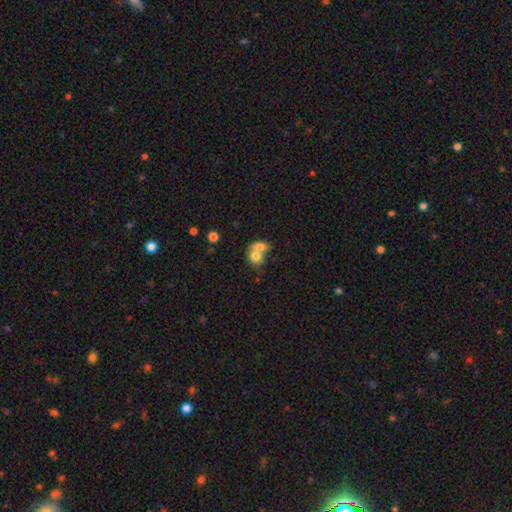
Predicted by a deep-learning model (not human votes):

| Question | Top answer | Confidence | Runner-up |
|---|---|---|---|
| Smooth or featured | smooth | 74% | featured or disk (18%) |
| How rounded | round | 51% | in between (48%) |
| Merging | merger | 71% | none (19%) |